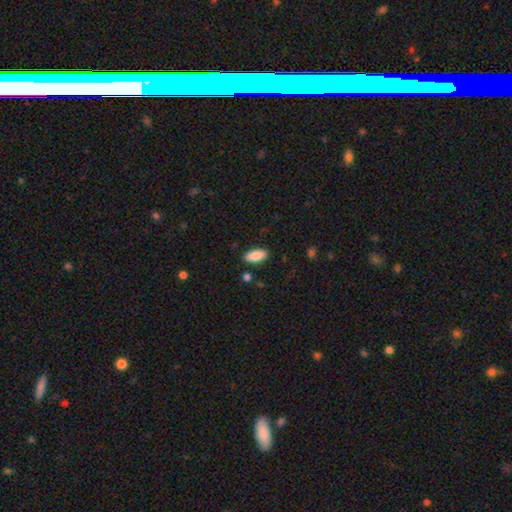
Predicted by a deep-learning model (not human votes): Morphology: type=smooth (87%); roundness=in between (86%); merging=none (87%).